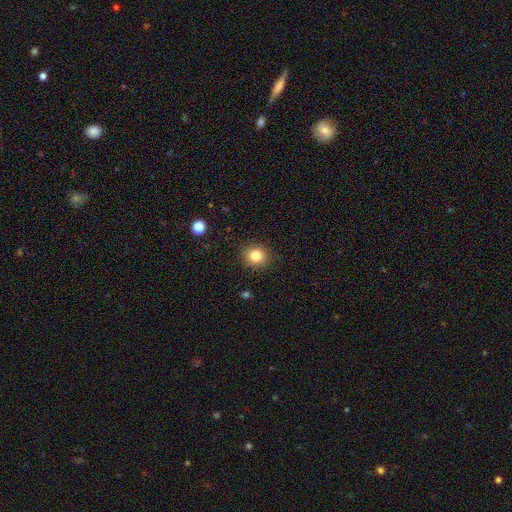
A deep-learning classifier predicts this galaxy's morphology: Smooth or featured?
  - smooth: 84% *
  - star or artifact: 11%
  - featured or disk: 6%
How rounded?
  - round: 84% *
  - in between: 15%
  - cigar-shaped: 1%
Merging?
  - none: 89% *
  - minor disturbance: 8%
  - major disturbance: 2%
  - merger: 1%